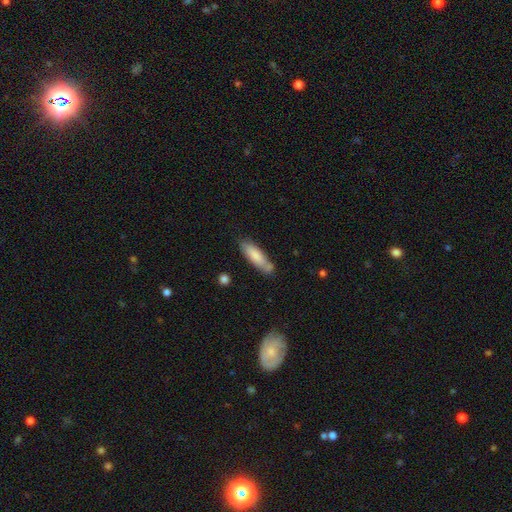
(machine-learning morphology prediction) Smooth or featured? Predicted: smooth (p=0.80). How rounded? Predicted: cigar-shaped (p=0.54). Merging? Predicted: none (p=0.68).